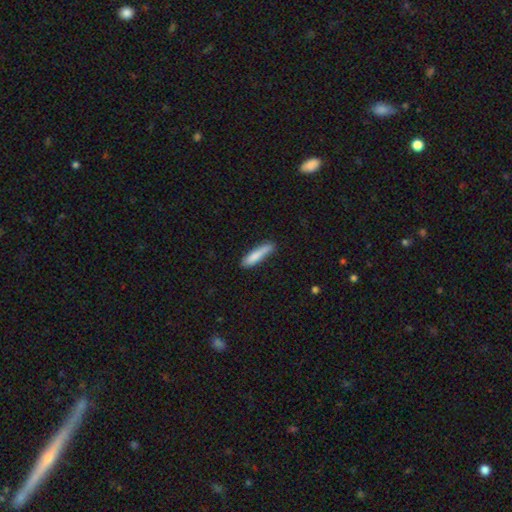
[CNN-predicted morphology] Smooth or featured? smooth (82%)
How rounded? cigar-shaped (82%)
Merging? none (71%)